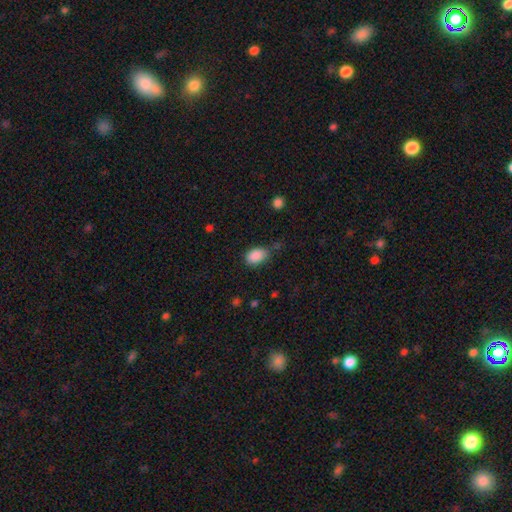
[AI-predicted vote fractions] The model was most divided on "merging": none: 62%, minor disturbance: 28%, major disturbance: 7%, merger: 3%. More confident: smooth or featured — smooth (88%); how rounded — in between (84%).